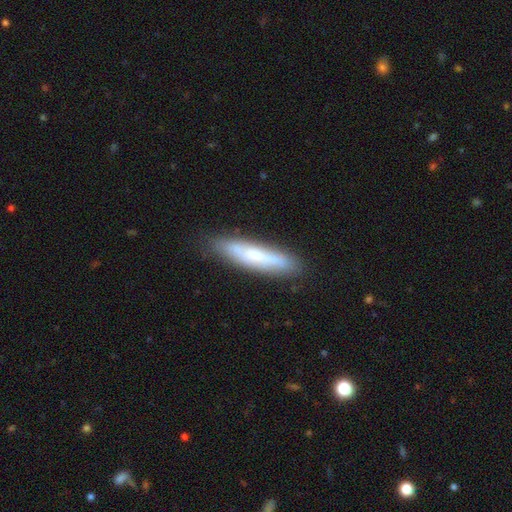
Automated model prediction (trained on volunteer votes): This is possibly a smooth galaxy (49%). Merging: clearly none (82%).